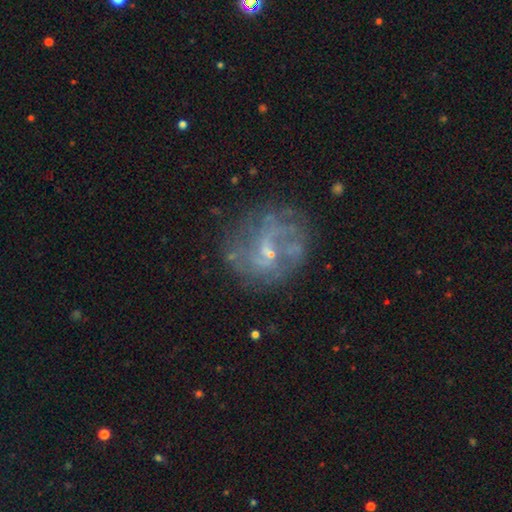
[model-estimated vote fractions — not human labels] A featured or disk galaxy (72%) with no bar (48%), spiral arms (68%) and a small central bulge (67%). Merging: none (62%).